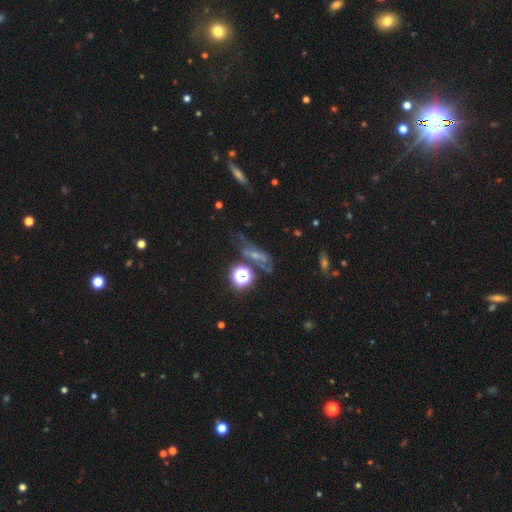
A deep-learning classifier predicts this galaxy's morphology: Smooth or featured? star or artifact (35%)